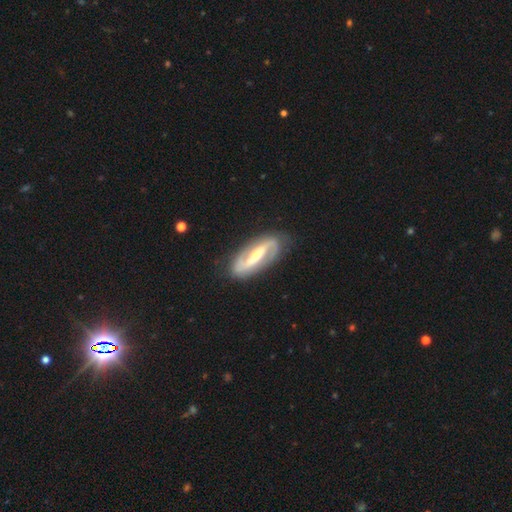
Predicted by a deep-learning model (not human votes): A featured or disk galaxy (86%) with a strong bar (64%), 2 (91%) medium (43%) spiral arms (93%) and a moderate central bulge (53%). Merging: none (83%).